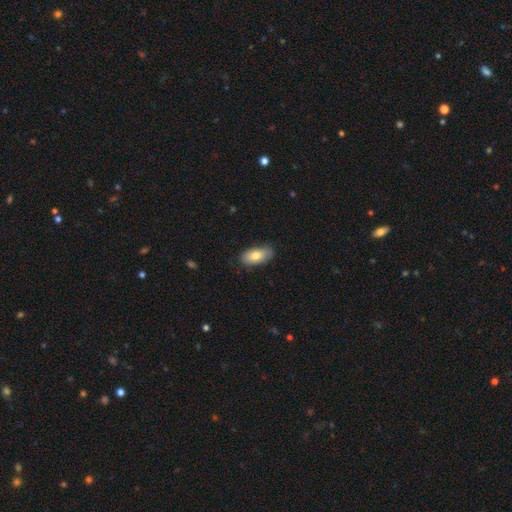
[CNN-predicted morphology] Overall: smooth (75%). How rounded: in between (89%). Merging: none (82%).